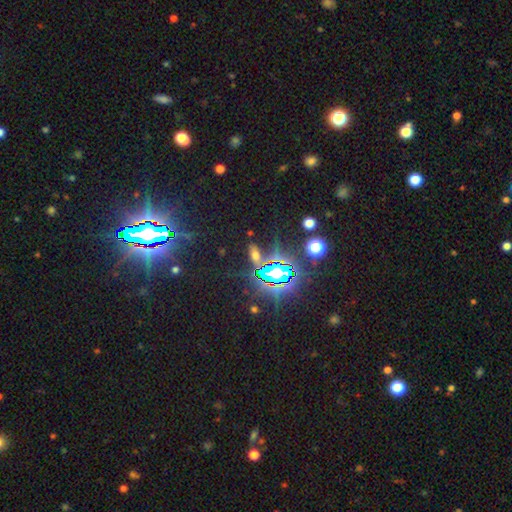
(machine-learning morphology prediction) Overall: star or artifact (50%; smooth 35%).